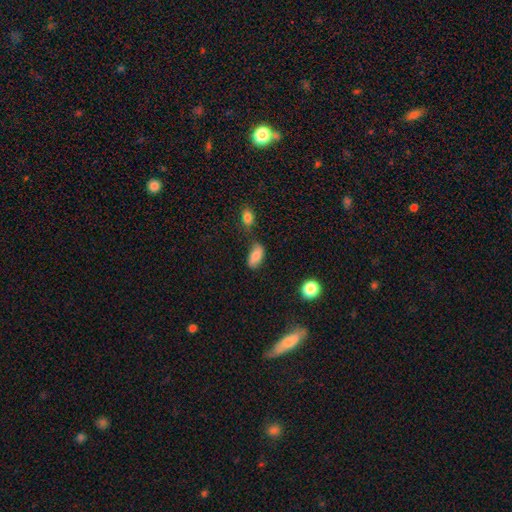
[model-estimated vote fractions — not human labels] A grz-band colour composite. It shows a smooth galaxy with no disk features (79%) that is in between round and cigar-shaped (91%). Merging: none (62%).